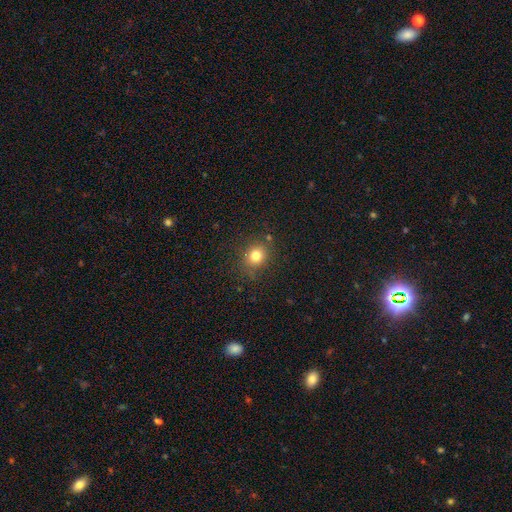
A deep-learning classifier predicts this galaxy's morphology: The model was most divided on "how rounded": round: 78%, in between: 21%, cigar-shaped: 1%. More confident: merging — none (82%); smooth or featured — smooth (79%).